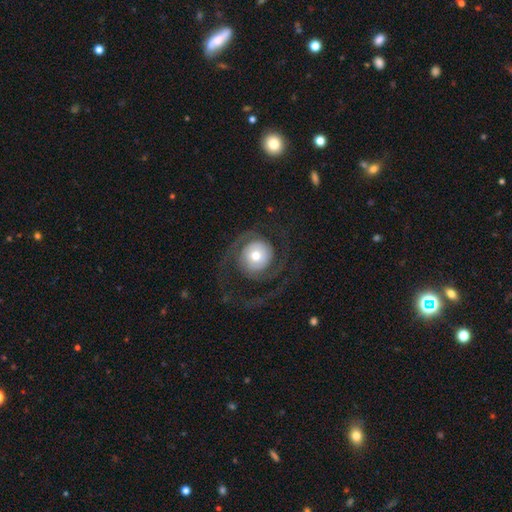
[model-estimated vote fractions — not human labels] Overall: featured or disk (73%). Edge-on disk: no (97%). Bar: no (75%). Spiral arms: yes (86%). Spiral arm count: 2 (68%). Spiral winding: medium (38%; loose 31%). Bulge size: moderate (53%; small 28%). Merging: none (61%; major disturbance 26%).